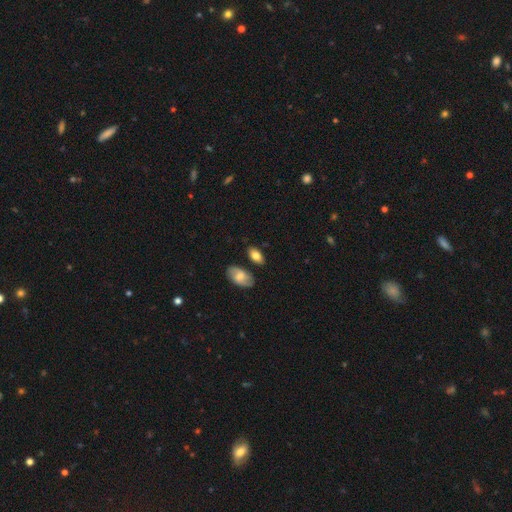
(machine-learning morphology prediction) smooth-or-featured: smooth: 78% | featured or disk: 15% | star or artifact: 7%
  how-rounded: in between: 90% | round: 5% | cigar-shaped: 4%
  merging: none: 77% | minor disturbance: 14% | merger: 6% | major disturbance: 3%